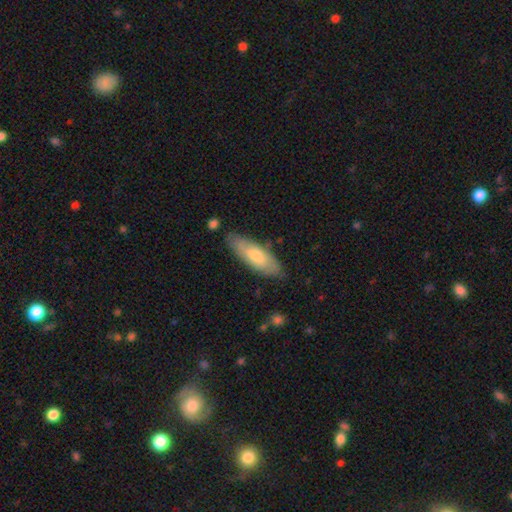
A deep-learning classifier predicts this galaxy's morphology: Smooth or featured?
  - smooth: 67% *
  - featured or disk: 27%
  - star or artifact: 5%
How rounded?
  - in between: 58% *
  - cigar-shaped: 40%
  - round: 2%
Merging?
  - none: 80% *
  - minor disturbance: 16%
  - major disturbance: 3%
  - merger: 2%